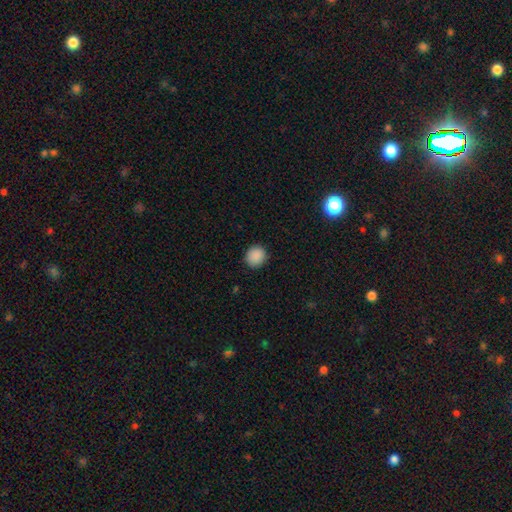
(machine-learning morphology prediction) smooth-or-featured: smooth: 89% | star or artifact: 9% | featured or disk: 2%
  how-rounded: round: 85% | in between: 14% | cigar-shaped: 1%
  merging: none: 89% | minor disturbance: 8% | major disturbance: 2% | merger: 1%